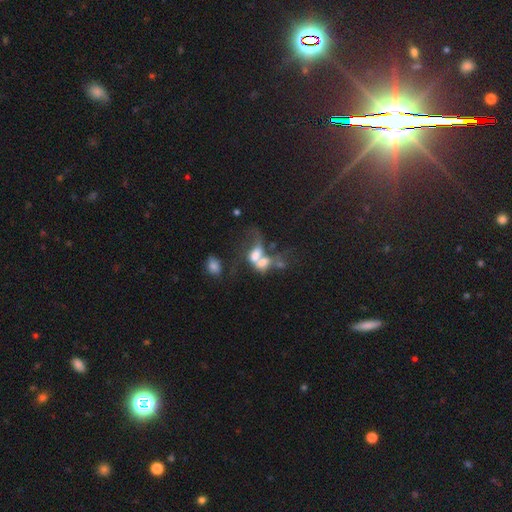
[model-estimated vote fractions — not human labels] Morphology: type=smooth (45%); merging=merger (69%).